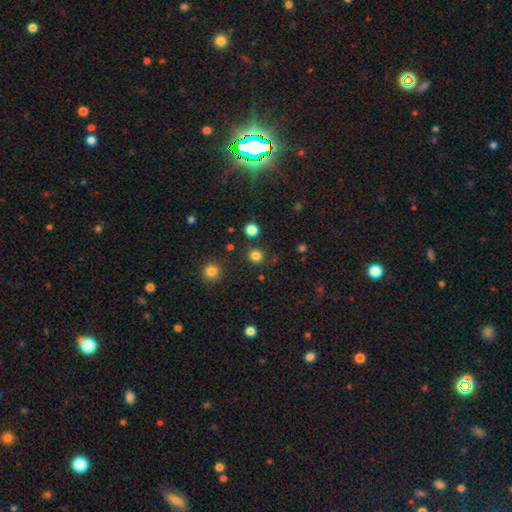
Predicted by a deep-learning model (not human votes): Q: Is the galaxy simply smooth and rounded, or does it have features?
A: smooth — 81%.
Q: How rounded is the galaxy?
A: round — 90%.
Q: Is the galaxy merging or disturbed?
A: none — 86%.